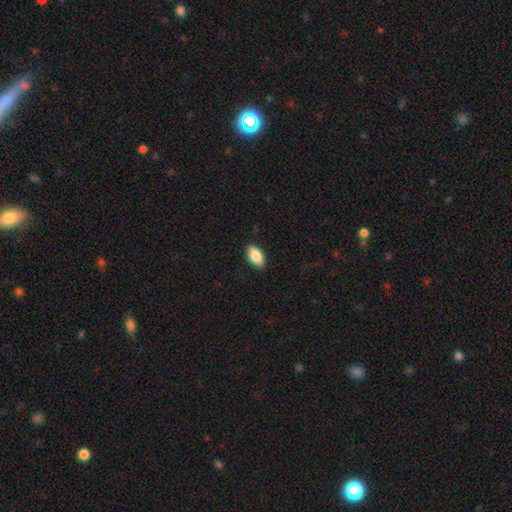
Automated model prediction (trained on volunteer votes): Smooth or featured: smooth — 85% (featured or disk — 8%)
How rounded: in between — 92% (cigar-shaped — 4%)
Merging: none — 88% (minor disturbance — 9%)